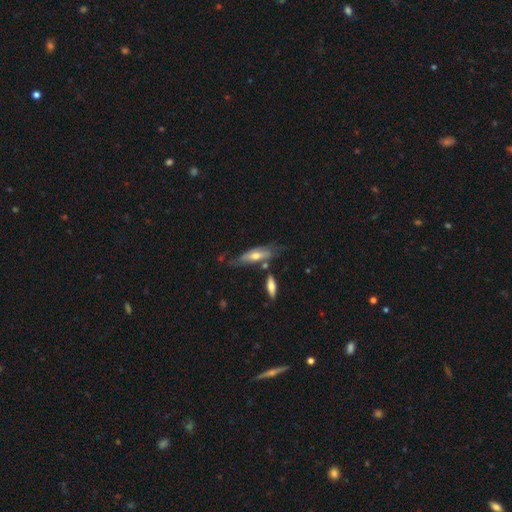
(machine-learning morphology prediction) This appears to be a featured or disk galaxy (48%). Merging: none (50%).